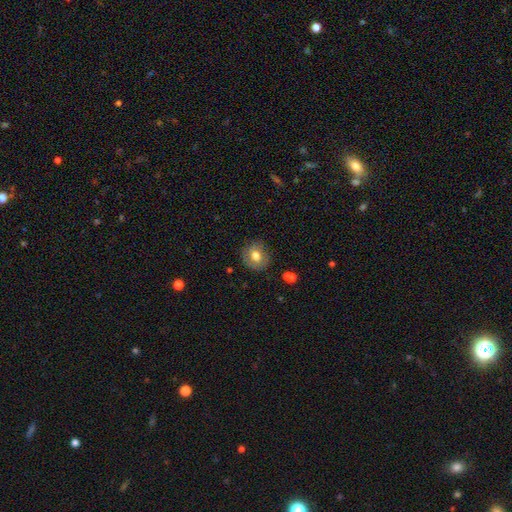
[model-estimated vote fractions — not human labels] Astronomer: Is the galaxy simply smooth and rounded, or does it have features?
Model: smooth — 71%.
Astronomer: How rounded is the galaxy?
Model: round — 82%.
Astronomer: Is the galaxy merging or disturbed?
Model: none — 82%.